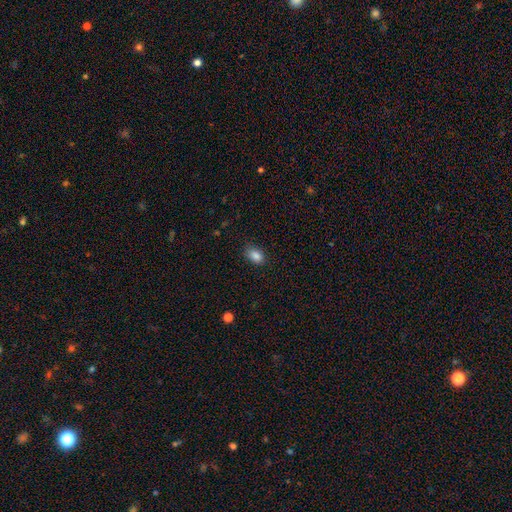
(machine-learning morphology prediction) The model was most divided on "how rounded": in between: 82%, round: 16%, cigar-shaped: 1%. More confident: smooth or featured — smooth (86%); merging — none (81%).